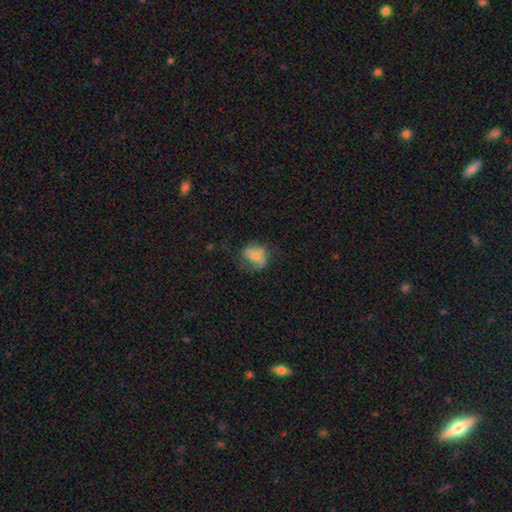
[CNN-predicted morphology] smooth 56%, featured or disk 35%, star or artifact 9%. Down the decision tree: how rounded — in between (60%); merging — none (45%).